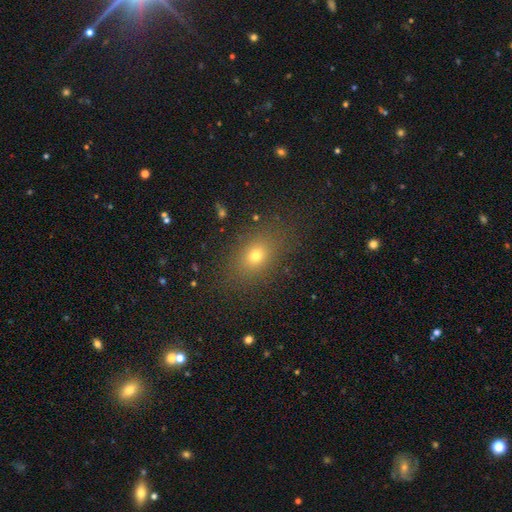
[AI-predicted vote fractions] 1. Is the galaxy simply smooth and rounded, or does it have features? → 71% smooth, 17% star or artifact, 12% featured or disk.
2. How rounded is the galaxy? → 67% in between, 31% round, 3% cigar-shaped.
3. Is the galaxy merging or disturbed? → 83% none, 11% minor disturbance, 5% major disturbance, 1% merger.